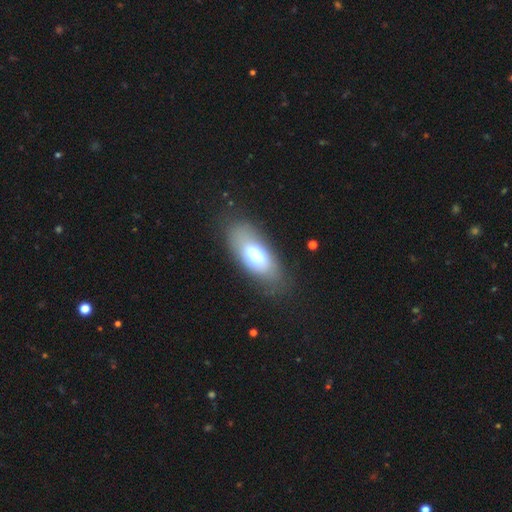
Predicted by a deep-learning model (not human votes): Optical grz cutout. It shows a smooth galaxy with no disk features (67%) that is in between round and cigar-shaped (85%). Merging: none (77%).